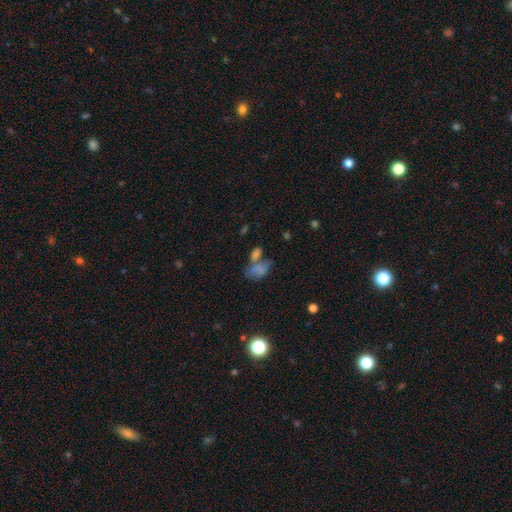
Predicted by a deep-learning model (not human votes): Smooth or featured? smooth (58%)
How rounded? in between (78%)
Merging? merger (41%)